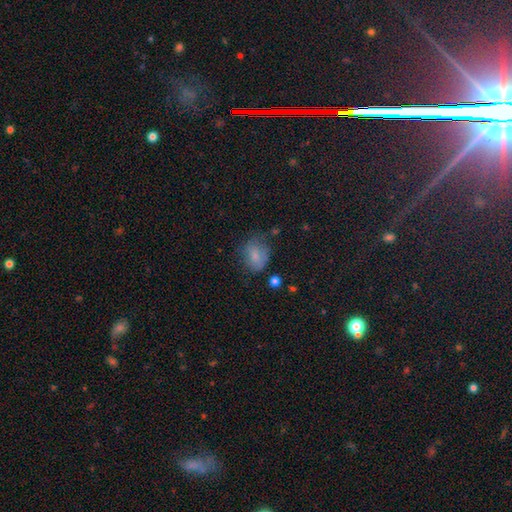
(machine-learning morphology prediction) Smooth or featured? Predicted: smooth (p=0.76). How rounded? Predicted: in between (p=0.57). Merging? Predicted: none (p=0.51).